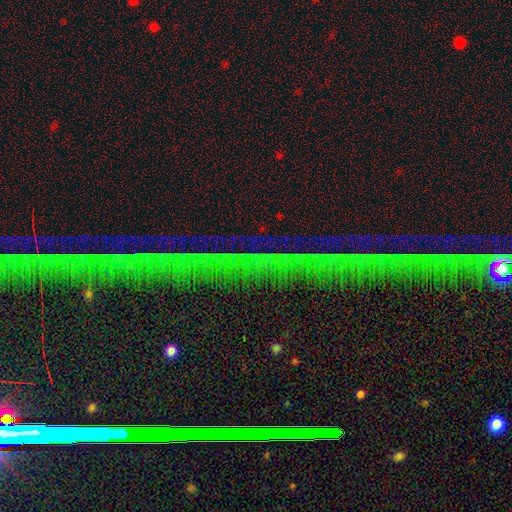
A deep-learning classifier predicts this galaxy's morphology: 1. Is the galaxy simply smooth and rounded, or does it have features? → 84% star or artifact, 10% featured or disk, 6% smooth.